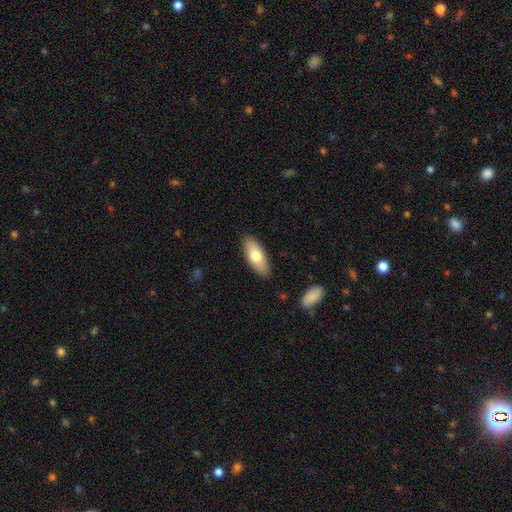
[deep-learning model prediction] This appears to be a smooth galaxy with no disk features (73%) that is in between round and cigar-shaped (80%). Merging: none (88%).